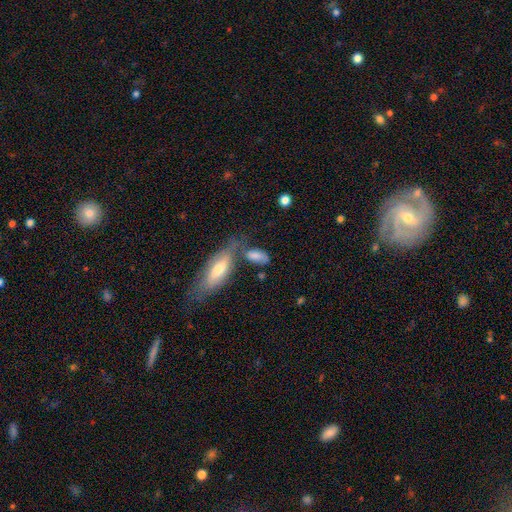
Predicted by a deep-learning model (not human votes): Smooth or featured?
  - smooth: 76% *
  - featured or disk: 17%
  - star or artifact: 7%
How rounded?
  - in between: 83% *
  - cigar-shaped: 13%
  - round: 4%
Merging?
  - none: 45% *
  - merger: 27%
  - minor disturbance: 20%
  - major disturbance: 9%